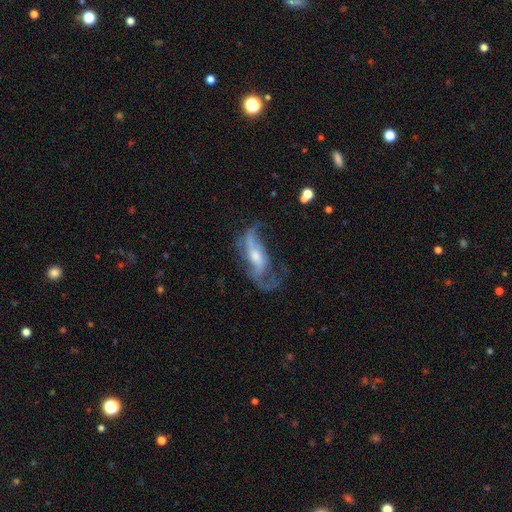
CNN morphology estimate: Smooth or featured?
  - featured or disk: 75% *
  - smooth: 17%
  - star or artifact: 8%
Edge-on disk?
  - no: 85% *
  - yes: 15%
Bar?
  - no: 44% *
  - weak: 37%
  - strong: 19%
Spiral arms?
  - yes: 81% *
  - no: 19%
Spiral winding?
  - loose: 61% *
  - medium: 29%
  - tight: 10%
Spiral arm count?
  - 2: 60% *
  - can't tell: 18%
  - 1: 10%
  - 3: 7%
  - 4: 3%
  - more than 4: 2%
Bulge size?
  - moderate: 52% *
  - small: 33%
  - large: 8%
  - none: 6%
  - dominant: 2%
Merging?
  - major disturbance: 38% *
  - none: 37%
  - minor disturbance: 21%
  - merger: 4%